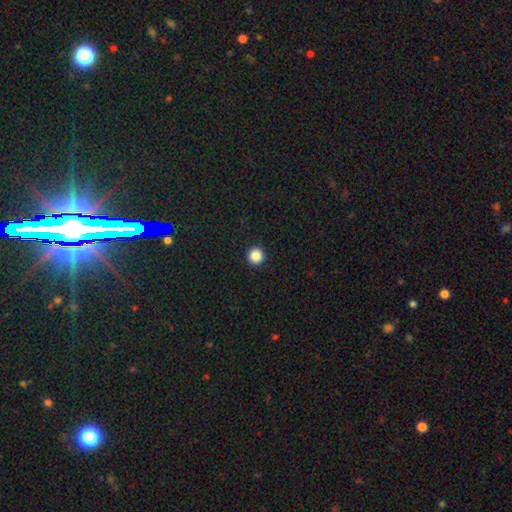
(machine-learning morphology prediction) type=smooth (87%); roundness=round (96%); merging=none (94%).